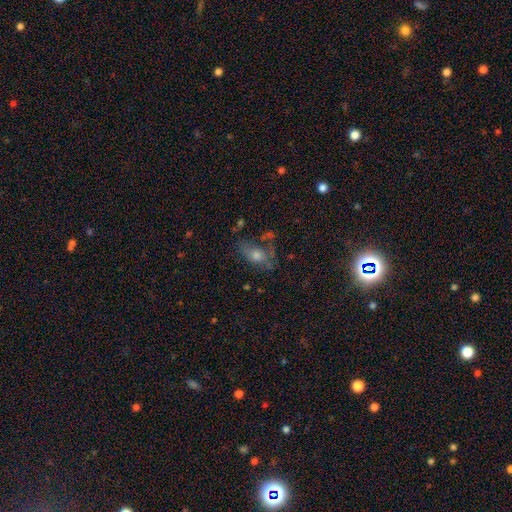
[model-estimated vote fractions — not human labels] A smooth galaxy with no disk features (41%).

Vote fractions:
- Smooth or featured? smooth: 41% / featured or disk: 35% / star or artifact: 24%
- Merging? none: 50% / minor disturbance: 23% / major disturbance: 20% / merger: 7%